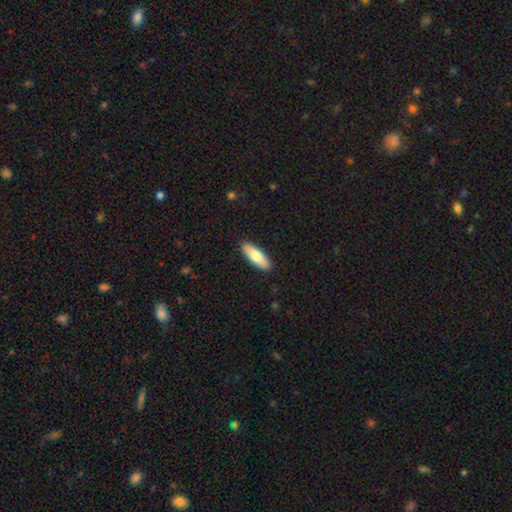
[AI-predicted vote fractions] smooth-or-featured: smooth: 78% | featured or disk: 16% | star or artifact: 5%
  how-rounded: in between: 57% | cigar-shaped: 41% | round: 2%
  merging: none: 90% | minor disturbance: 7% | major disturbance: 1% | merger: 1%